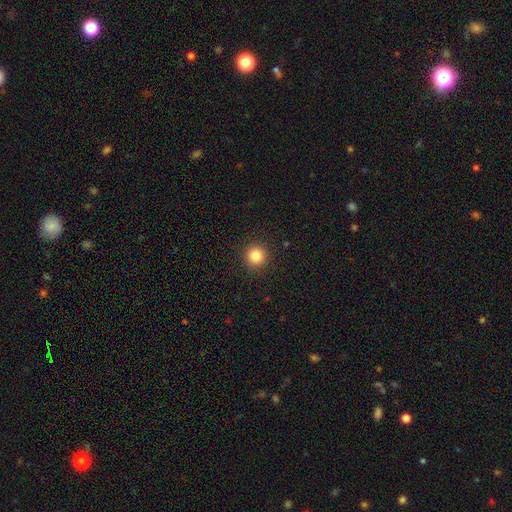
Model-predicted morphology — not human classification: This appears to be a smooth galaxy with no disk features (84%) that is round (95%). Merging: none (92%).